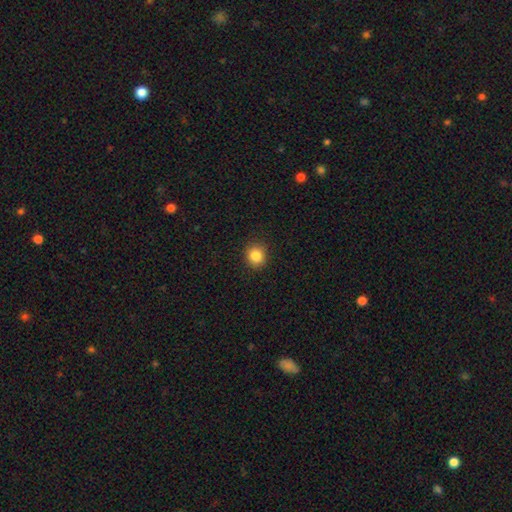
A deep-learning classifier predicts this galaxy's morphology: Smooth or featured: smooth — 84% (star or artifact — 11%)
How rounded: round — 85% (in between — 14%)
Merging: none — 91% (minor disturbance — 6%)